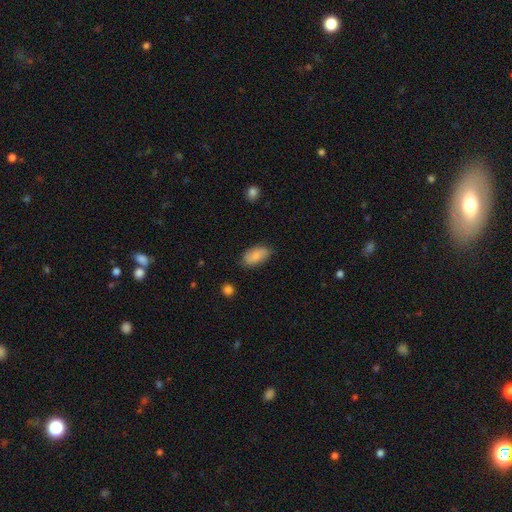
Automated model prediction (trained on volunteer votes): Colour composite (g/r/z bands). It shows a smooth galaxy with no disk features (84%) that is in between round and cigar-shaped (93%). Merging: none (78%).